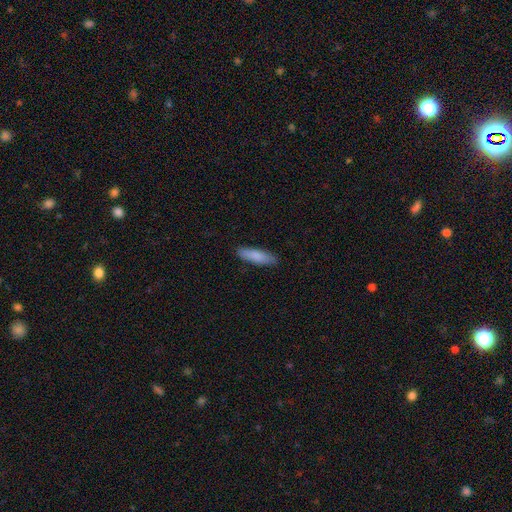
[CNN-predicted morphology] Overall: smooth (85%). How rounded: cigar-shaped (61%; in between 37%). Merging: none (88%).